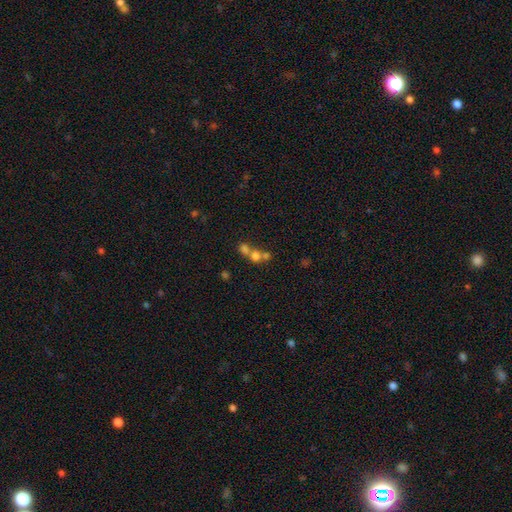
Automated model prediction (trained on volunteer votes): Overall: smooth (63%). How rounded: round (77%). Merging: merger (62%; none 28%).